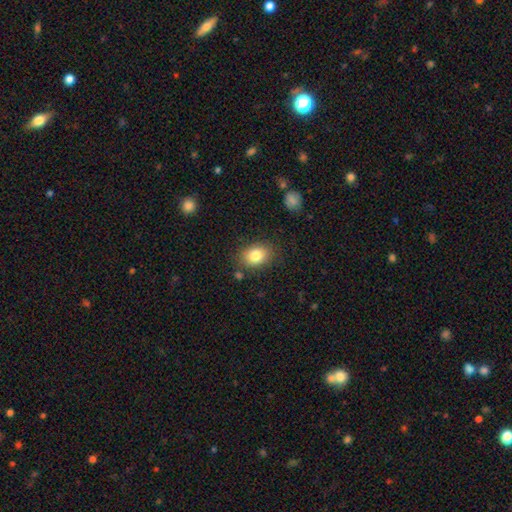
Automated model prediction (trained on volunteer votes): Overall: smooth (83%). How rounded: in between (66%; round 33%). Merging: none (82%).